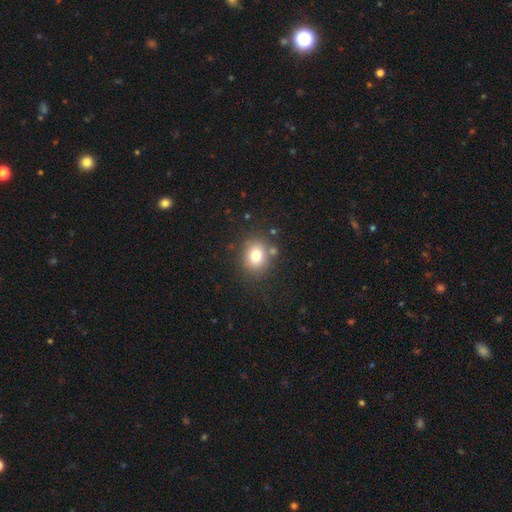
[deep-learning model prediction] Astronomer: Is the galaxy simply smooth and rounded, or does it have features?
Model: smooth — 79%.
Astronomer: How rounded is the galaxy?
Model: round — 63%.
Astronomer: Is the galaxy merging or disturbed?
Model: none — 79%.